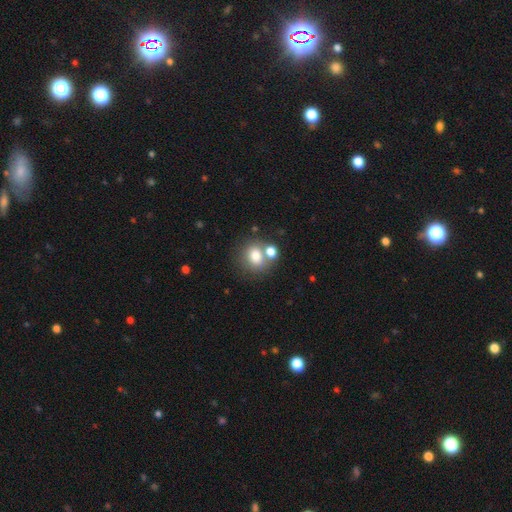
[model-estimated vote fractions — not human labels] Overall: smooth (76%). How rounded: round (69%; in between 30%). Merging: none (54%; merger 32%).